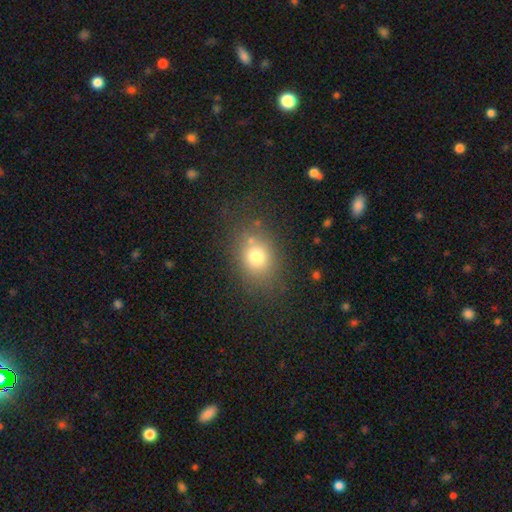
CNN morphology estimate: A smooth galaxy with no disk features (74%) that is in between round and cigar-shaped (52%).

Vote fractions:
- Smooth or featured? smooth: 74% / star or artifact: 15% / featured or disk: 12%
- How rounded? in between: 52% / round: 46% / cigar-shaped: 1%
- Merging? none: 76% / minor disturbance: 14% / merger: 5% / major disturbance: 5%